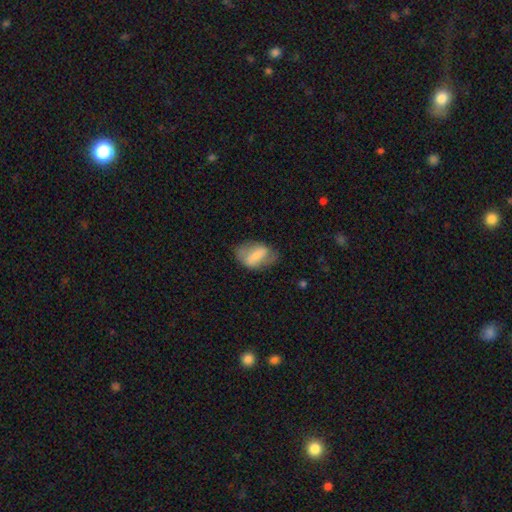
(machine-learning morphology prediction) Smooth or featured? Predicted: smooth (p=0.53). How rounded? Predicted: in between (p=0.87). Merging? Predicted: none (p=0.56).